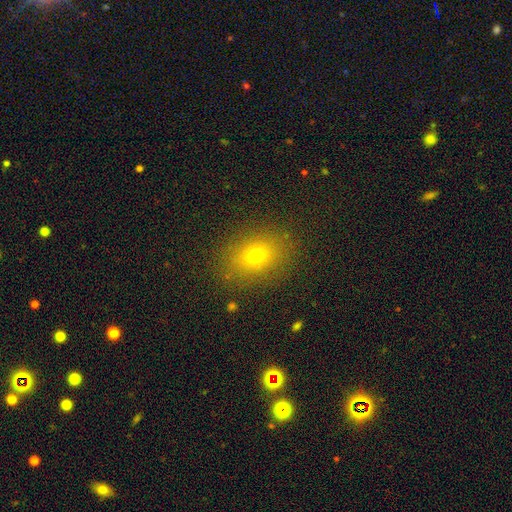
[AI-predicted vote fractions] smooth-or-featured: smooth: 70% | star or artifact: 16% | featured or disk: 13%
  how-rounded: in between: 64% | round: 34% | cigar-shaped: 2%
  merging: none: 86% | minor disturbance: 9% | major disturbance: 4% | merger: 1%